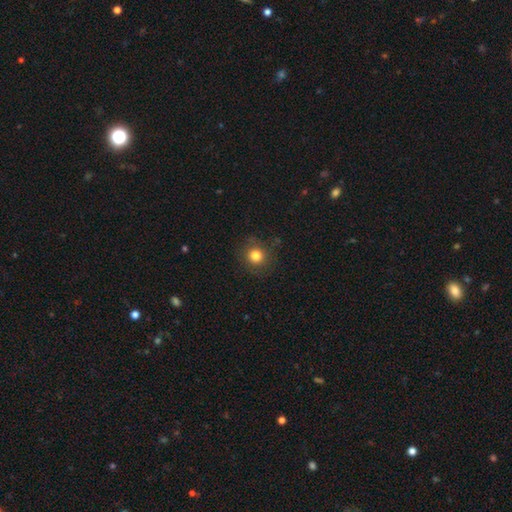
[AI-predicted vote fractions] Morphology: type=smooth (81%); roundness=round (92%); merging=none (86%).